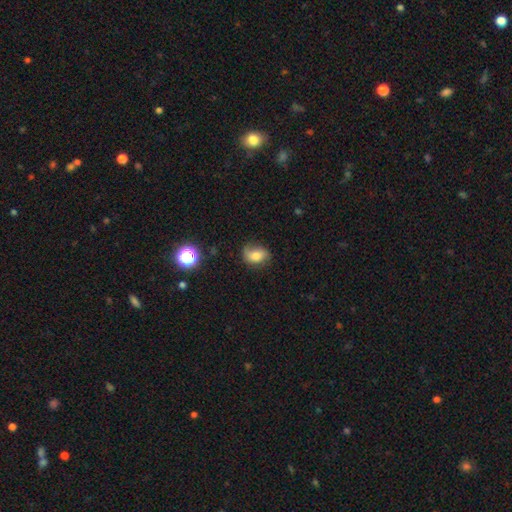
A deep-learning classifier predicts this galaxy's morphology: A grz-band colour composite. It shows a smooth galaxy with no disk features (65%) that is in between round and cigar-shaped (72%). Merging: none (59%).